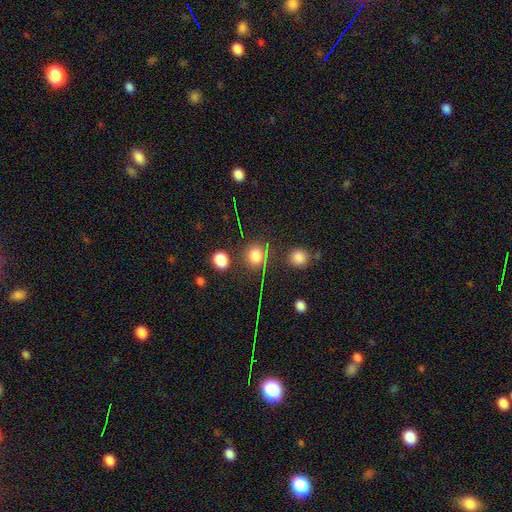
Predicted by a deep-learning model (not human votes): Overall: smooth (64%; star or artifact 28%). How rounded: round (88%). Merging: none (83%).